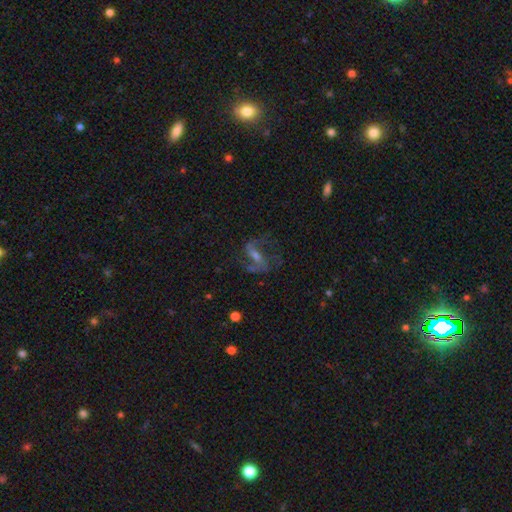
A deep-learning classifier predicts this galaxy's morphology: The model was most divided on "bar" (2-way tie): weak: 41%, strong: 41%, no: 19%. Remaining: edge-on disk — no (94%); spiral arms — yes (92%); spiral arm count — 2 (85%); smooth or featured — featured or disk (79%); merging — none (62%); spiral winding — loose (50%); bulge size — small (48%).